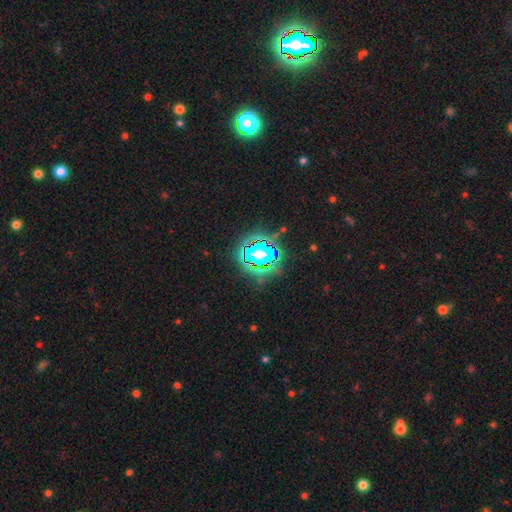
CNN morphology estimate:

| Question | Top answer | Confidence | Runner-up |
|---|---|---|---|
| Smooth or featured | star or artifact | 70% | smooth (17%) |